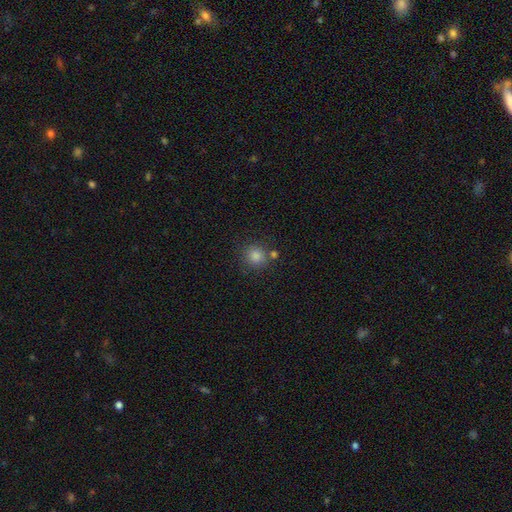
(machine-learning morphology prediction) smooth-or-featured: smooth: 80% | star or artifact: 14% | featured or disk: 5%
  how-rounded: round: 91% | in between: 8% | cigar-shaped: 1%
  merging: none: 77% | merger: 10% | minor disturbance: 9% | major disturbance: 3%